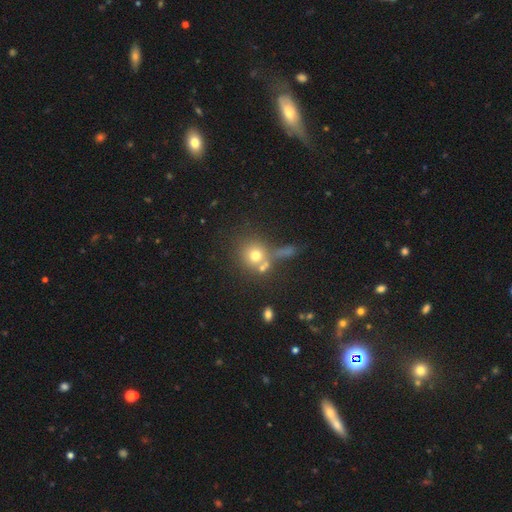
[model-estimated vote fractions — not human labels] smooth_or_featured: smooth (p=0.69) [alt: featured or disk p=0.16]
how_rounded: round (p=0.87) [alt: in between p=0.12]
merging: none (p=0.51) [alt: merger p=0.29]